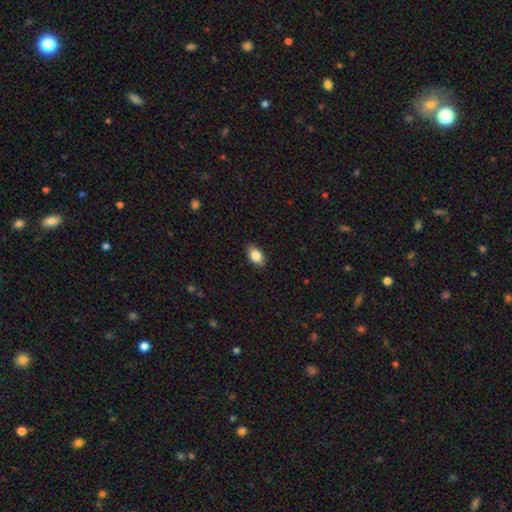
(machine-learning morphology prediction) Smooth or featured? Predicted: smooth (p=0.85). How rounded? Predicted: in between (p=0.90). Merging? Predicted: none (p=0.87).